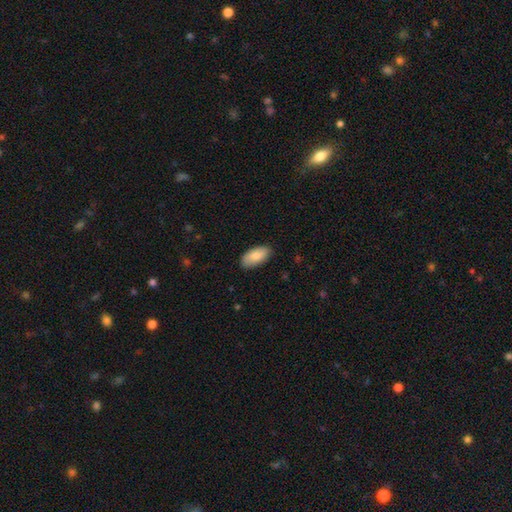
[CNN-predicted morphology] This is clearly a smooth galaxy (85%). How rounded: clearly in between (93%). Merging: clearly none (86%).